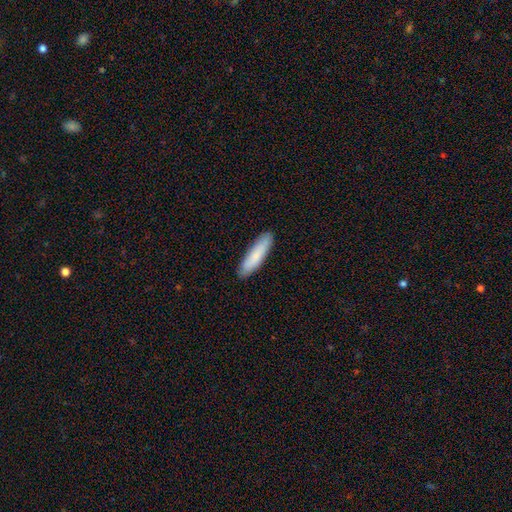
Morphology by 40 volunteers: Overall: smooth (85%). How rounded: cigar-shaped (85%). Merging: none (100%).